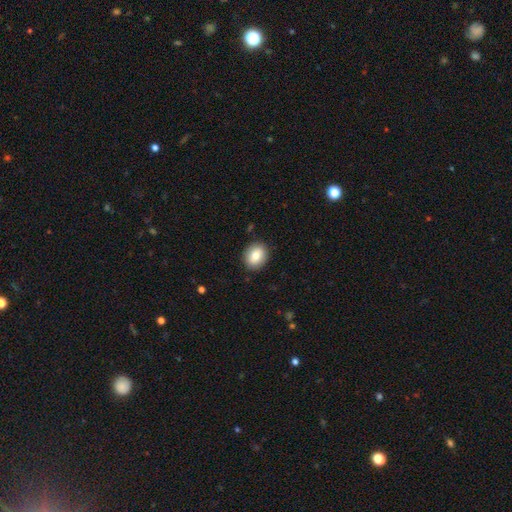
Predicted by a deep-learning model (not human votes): Morphology: type=smooth (81%); roundness=round (54%); merging=none (88%).